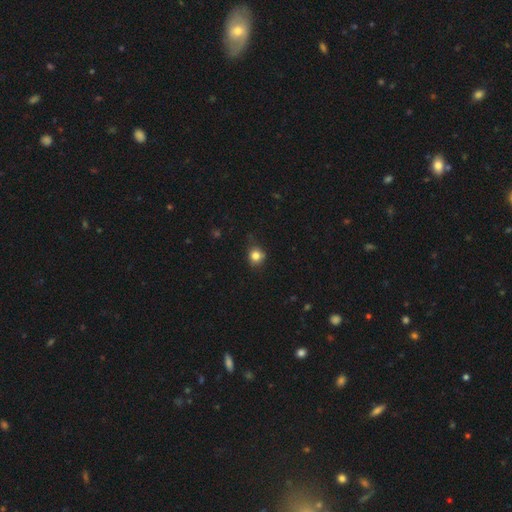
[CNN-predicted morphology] The model was most divided on "merging": none: 70%, minor disturbance: 23%, major disturbance: 5%, merger: 2%. More confident: smooth or featured — smooth (81%); how rounded — round (79%).